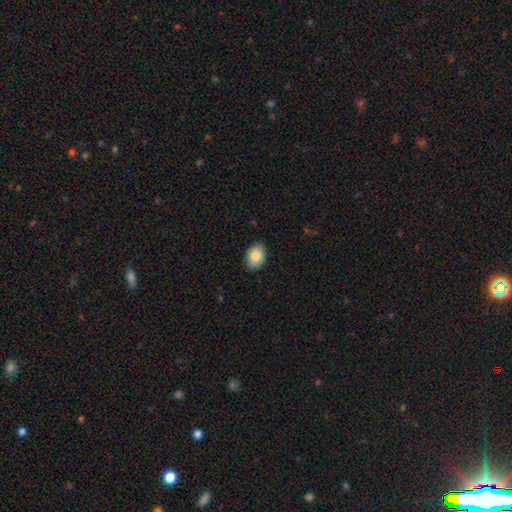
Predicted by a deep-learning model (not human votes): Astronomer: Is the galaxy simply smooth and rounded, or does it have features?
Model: smooth — 86%.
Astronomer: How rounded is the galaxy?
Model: in between — 79%.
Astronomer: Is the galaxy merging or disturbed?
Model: none — 85%.